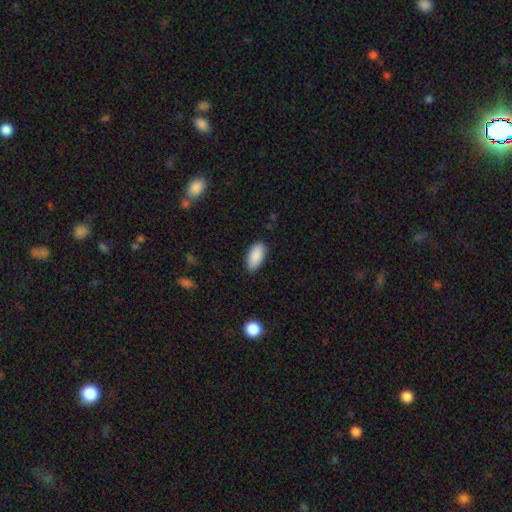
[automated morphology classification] Smooth or featured? Predicted: smooth (p=0.89). How rounded? Predicted: in between (p=0.92). Merging? Predicted: none (p=0.85).